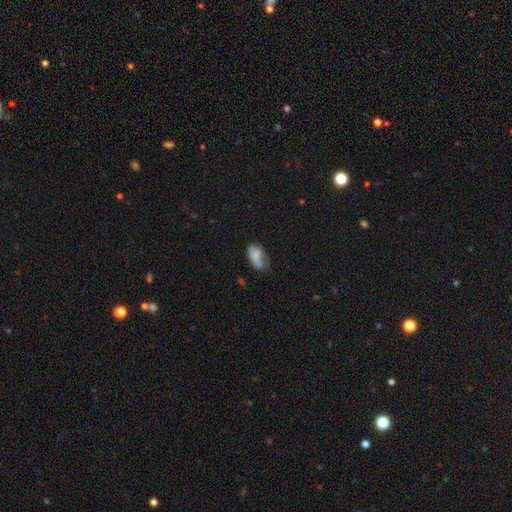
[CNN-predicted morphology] A smooth galaxy with no disk features (69%) that is in between round and cigar-shaped (91%).

Vote fractions:
- Smooth or featured? smooth: 69% / featured or disk: 22% / star or artifact: 10%
- How rounded? in between: 91% / round: 6% / cigar-shaped: 4%
- Merging? none: 37% / minor disturbance: 35% / major disturbance: 21% / merger: 6%